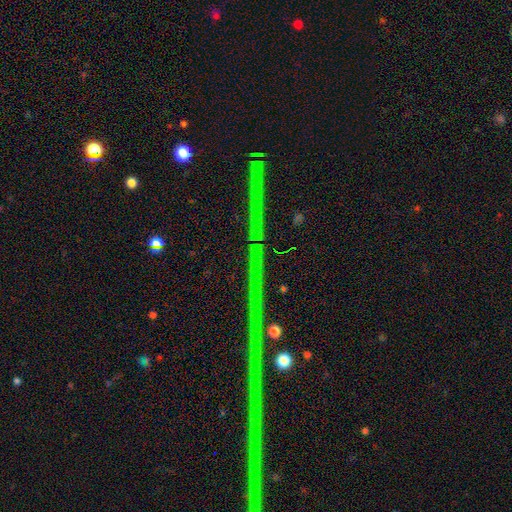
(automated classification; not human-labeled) Smooth or featured? Predicted: star or artifact (p=0.80).